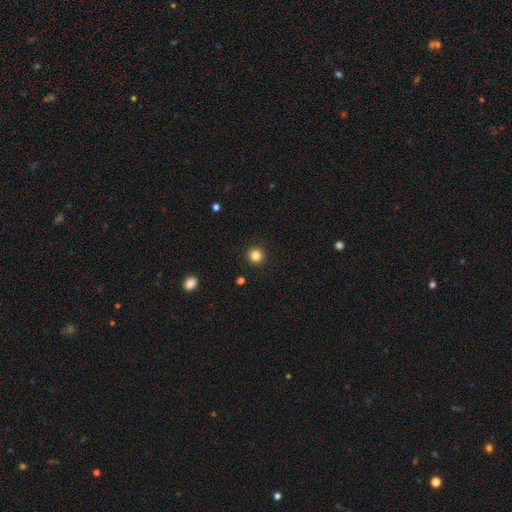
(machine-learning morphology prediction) Smooth or featured: smooth — 84% (star or artifact — 12%)
How rounded: round — 95% (in between — 5%)
Merging: none — 93% (minor disturbance — 4%)